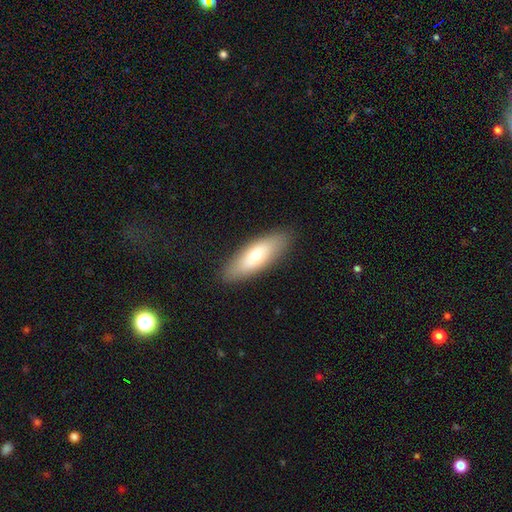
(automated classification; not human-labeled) Smooth or featured? Predicted: smooth (p=0.66). How rounded? Predicted: in between (p=0.60). Merging? Predicted: none (p=0.88).